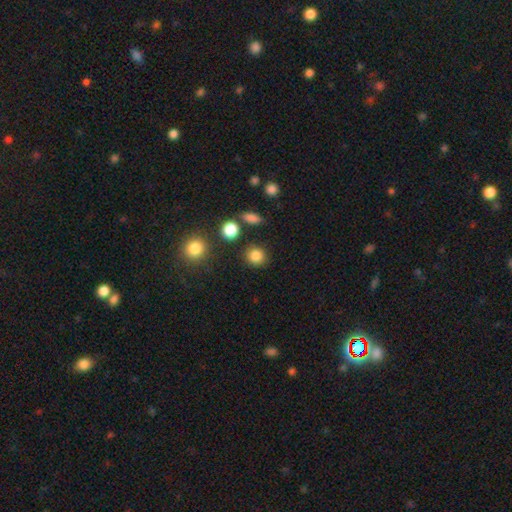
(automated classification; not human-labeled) Smooth or featured? smooth (85%)
How rounded? round (86%)
Merging? none (86%)